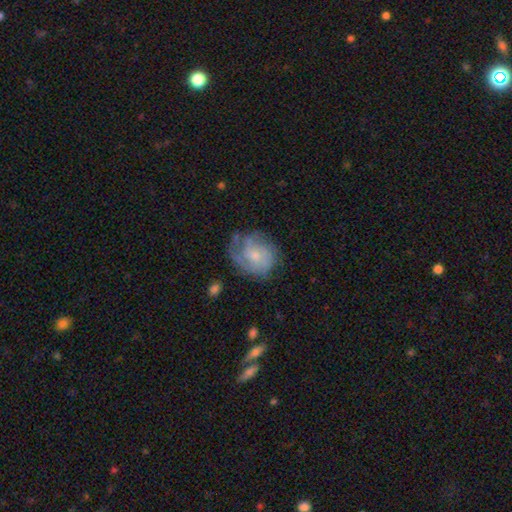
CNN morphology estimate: Smooth or featured: featured or disk — 64% (smooth — 28%)
Edge-on disk: no — 97% (yes — 3%)
Bar: no — 77% (weak — 21%)
Spiral arms: yes — 82% (no — 18%)
Spiral winding: tight — 50% (medium — 35%)
Spiral arm count: can't tell — 43% (3 — 20%)
Bulge size: small — 57% (moderate — 34%)
Merging: none — 57% (minor disturbance — 24%)